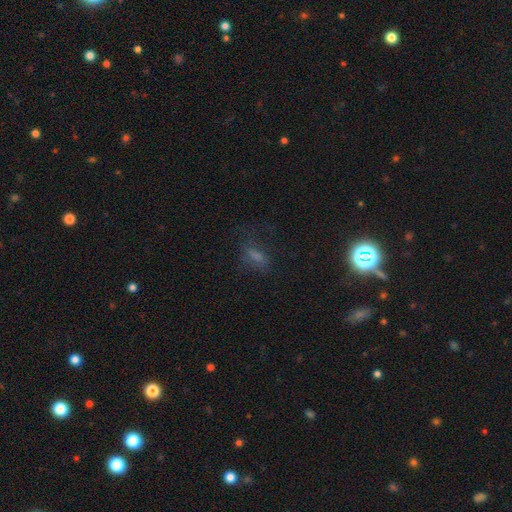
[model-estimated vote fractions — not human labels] smooth 58%, star or artifact 24%, featured or disk 18%. Down the decision tree: how rounded — in between (68%); merging — none (57%).